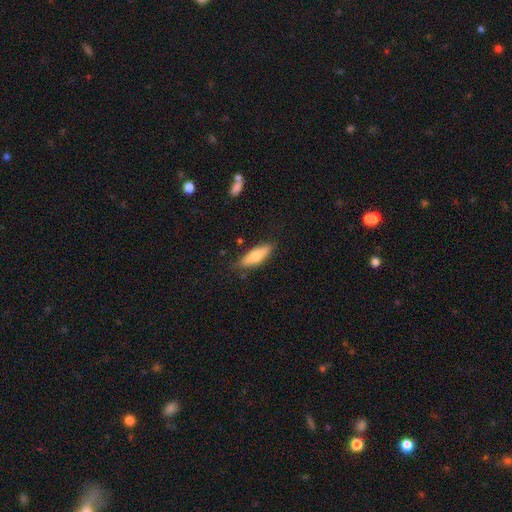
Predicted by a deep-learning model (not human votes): smooth-or-featured: smooth: 66% | featured or disk: 28% | star or artifact: 6%
  how-rounded: cigar-shaped: 58% | in between: 40% | round: 2%
  merging: none: 82% | minor disturbance: 13% | major disturbance: 3% | merger: 2%